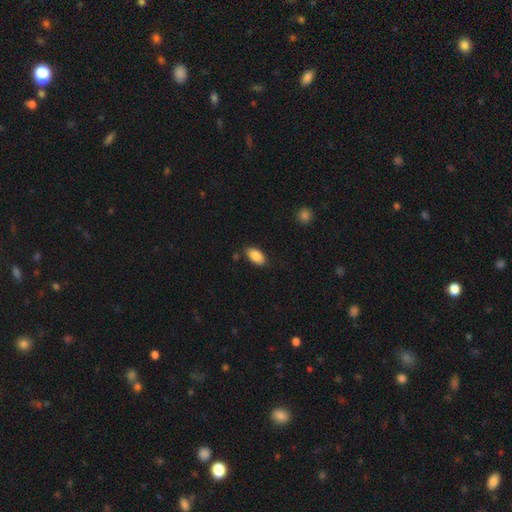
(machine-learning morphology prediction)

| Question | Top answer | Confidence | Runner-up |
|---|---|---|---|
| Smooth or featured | smooth | 88% | star or artifact (7%) |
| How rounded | in between | 93% | round (4%) |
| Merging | none | 82% | minor disturbance (13%) |